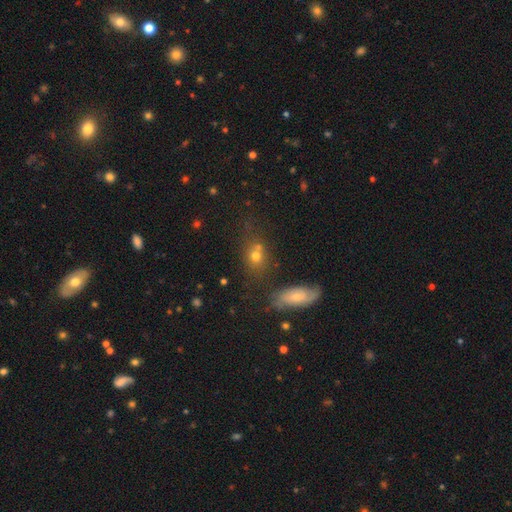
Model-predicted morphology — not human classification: smooth-or-featured: smooth: 61% | star or artifact: 21% | featured or disk: 18%
  how-rounded: in between: 49% | round: 45% | cigar-shaped: 6%
  merging: none: 58% | merger: 19% | minor disturbance: 15% | major disturbance: 7%